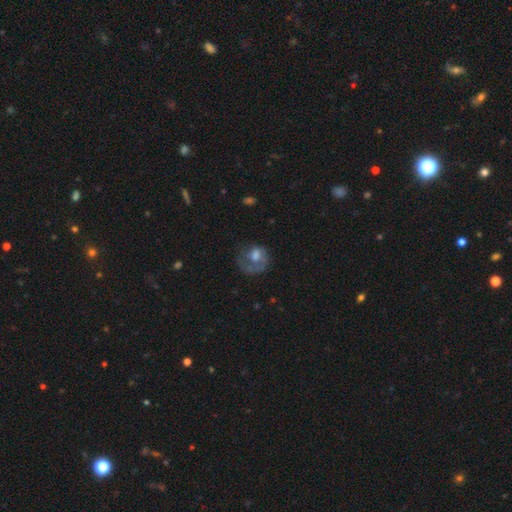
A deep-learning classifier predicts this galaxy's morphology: Smooth or featured?
  - featured or disk: 52% *
  - smooth: 38%
  - star or artifact: 10%
Edge-on disk?
  - no: 97% *
  - yes: 3%
Bar?
  - no: 76% *
  - weak: 20%
  - strong: 4%
Spiral arms?
  - yes: 63% *
  - no: 37%
Bulge size?
  - moderate: 46% *
  - large: 27%
  - small: 14%
  - none: 9%
  - dominant: 3%
Merging?
  - none: 40% *
  - major disturbance: 39%
  - minor disturbance: 18%
  - merger: 3%